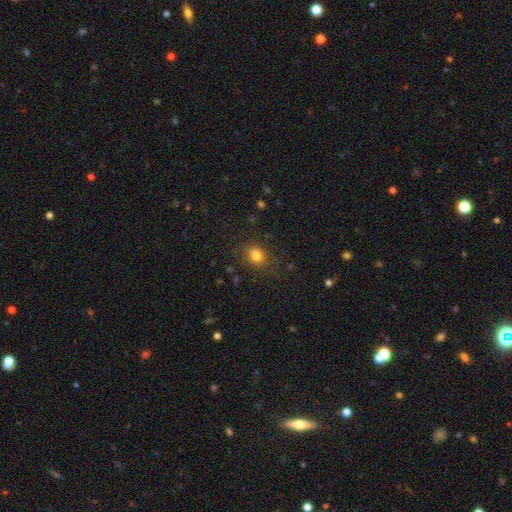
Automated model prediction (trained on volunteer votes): The model was most divided on "how rounded": round: 62%, in between: 37%, cigar-shaped: 1%. More confident: smooth or featured — smooth (80%); merging — none (77%).